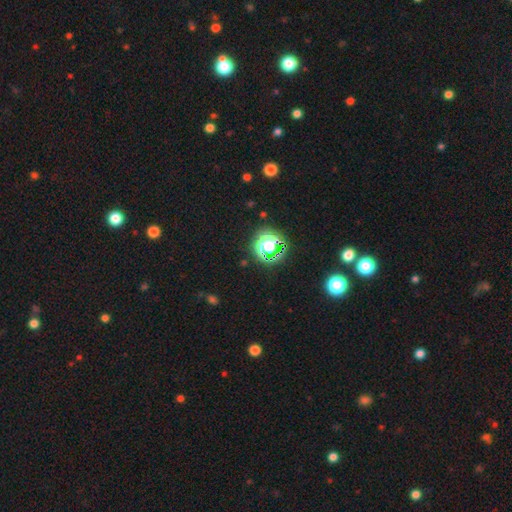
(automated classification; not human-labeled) Smooth or featured? Predicted: star or artifact (p=0.77).